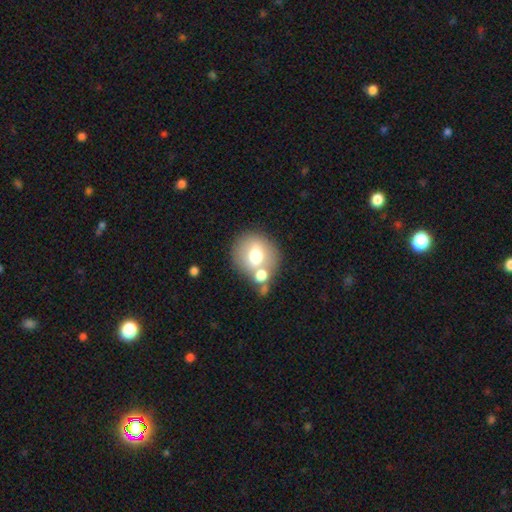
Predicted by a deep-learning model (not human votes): Morphology: type=smooth (65%); roundness=round (77%); merging=none (61%).